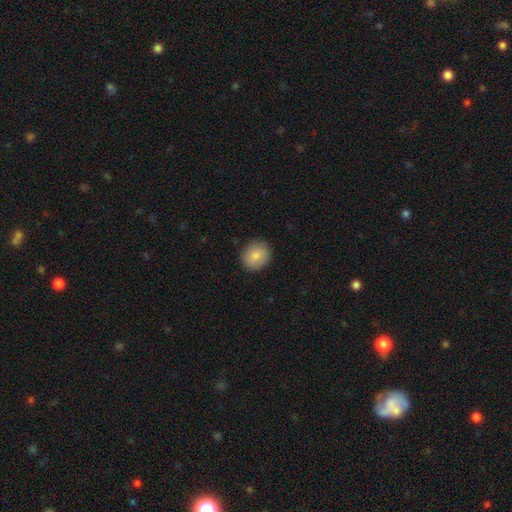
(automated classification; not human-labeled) Smooth or featured? smooth (85%)
How rounded? round (77%)
Merging? none (90%)